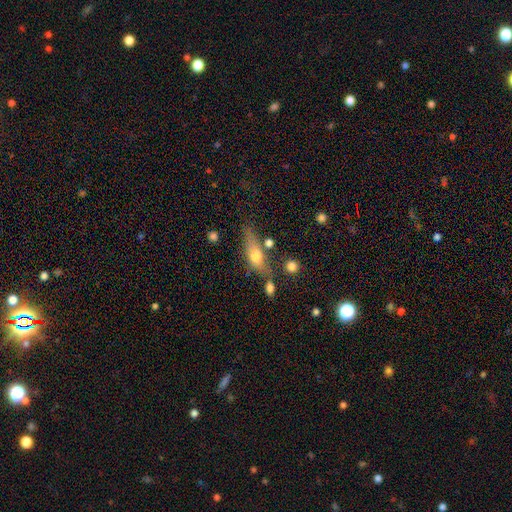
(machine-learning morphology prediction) Overall: smooth (57%; featured or disk 35%). How rounded: in between (55%; cigar-shaped 39%). Merging: none (55%; minor disturbance 22%).